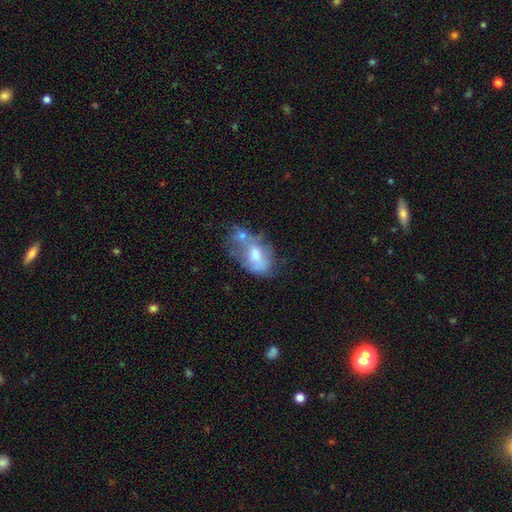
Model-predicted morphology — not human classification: The model was most divided on "merging": merger: 37%, major disturbance: 23%, none: 21%, minor disturbance: 19%. More confident: how rounded — in between (86%); smooth or featured — smooth (53%).